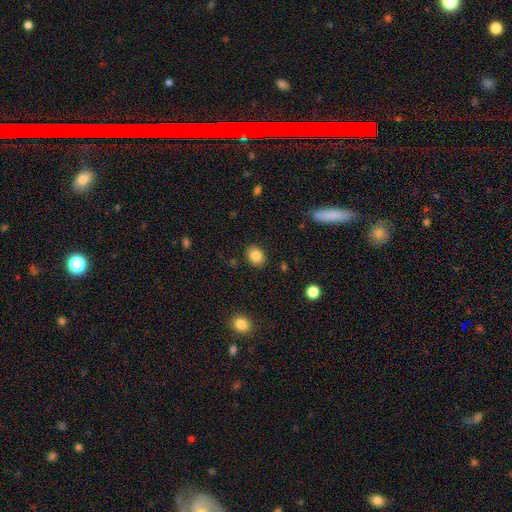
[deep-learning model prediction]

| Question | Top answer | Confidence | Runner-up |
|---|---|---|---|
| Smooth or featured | smooth | 84% | star or artifact (9%) |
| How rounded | in between | 55% | round (44%) |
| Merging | none | 88% | minor disturbance (8%) |